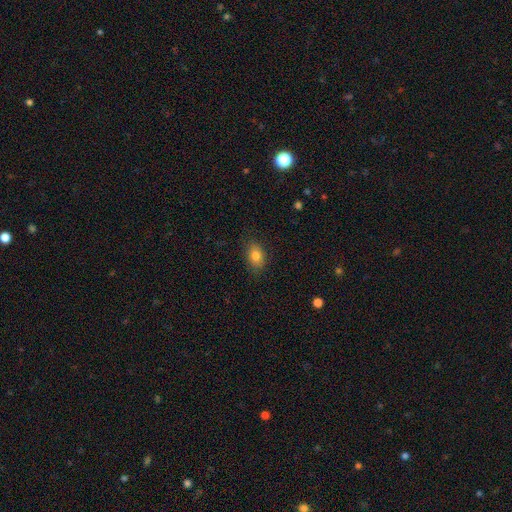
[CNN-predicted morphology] This is clearly a smooth galaxy (81%). How rounded: likely in between (78%). Merging: clearly none (84%).